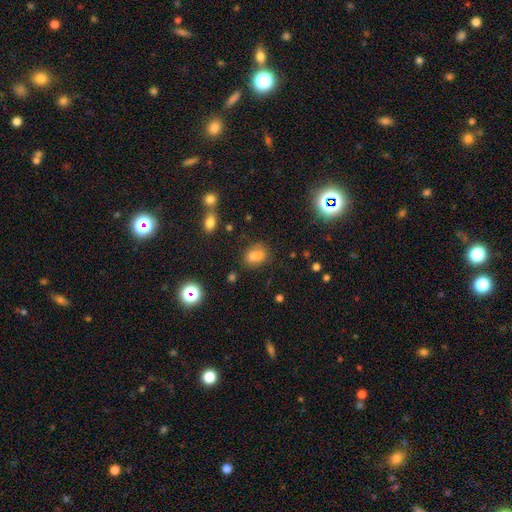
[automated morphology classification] Smooth or featured? smooth (75%)
How rounded? in between (73%)
Merging? none (60%)